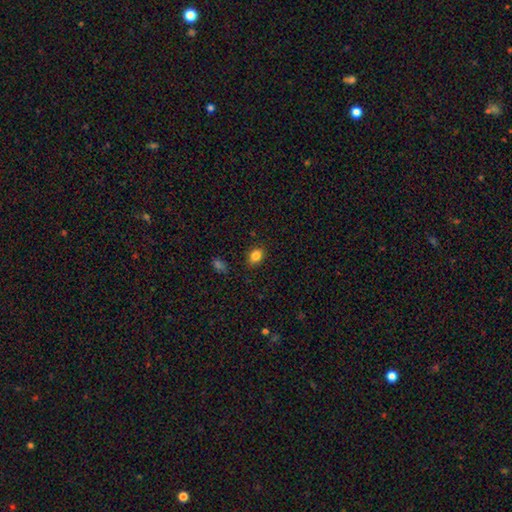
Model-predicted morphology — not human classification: This is clearly a smooth galaxy (84%). How rounded: likely in between (64%). Merging: clearly none (85%).